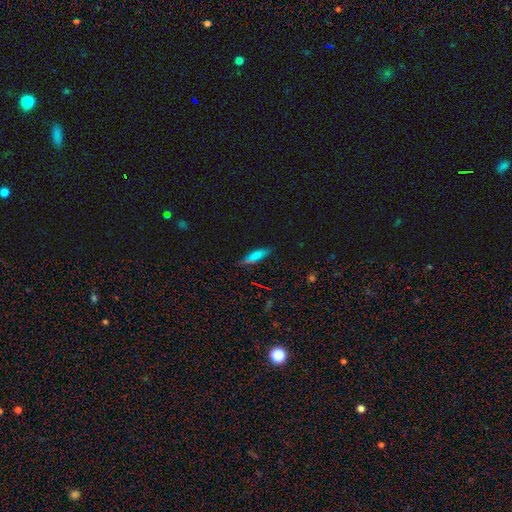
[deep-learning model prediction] Smooth or featured? smooth (66%)
How rounded? cigar-shaped (55%)
Merging? none (75%)